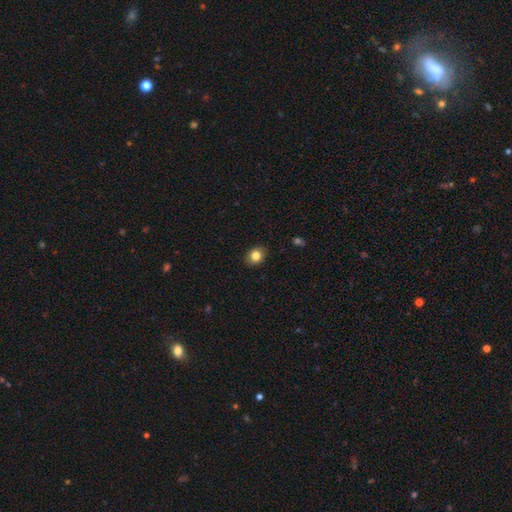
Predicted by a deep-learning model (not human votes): Overall: smooth (82%). How rounded: round (55%; in between 44%). Merging: none (88%).